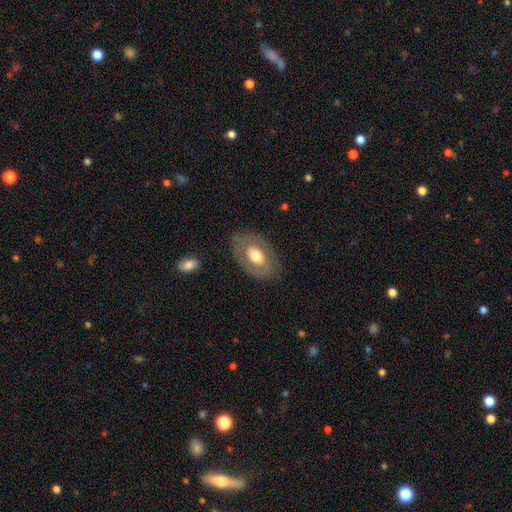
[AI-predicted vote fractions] Smooth or featured? Predicted: smooth (p=0.48). Merging? Predicted: none (p=0.79).